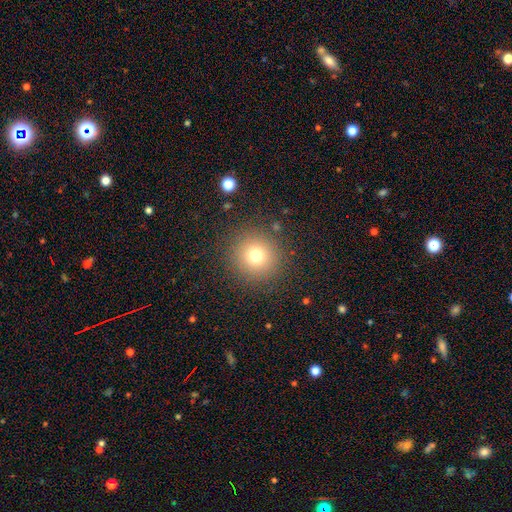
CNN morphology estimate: This is likely a smooth galaxy (74%). How rounded: clearly round (95%). Merging: clearly none (88%).